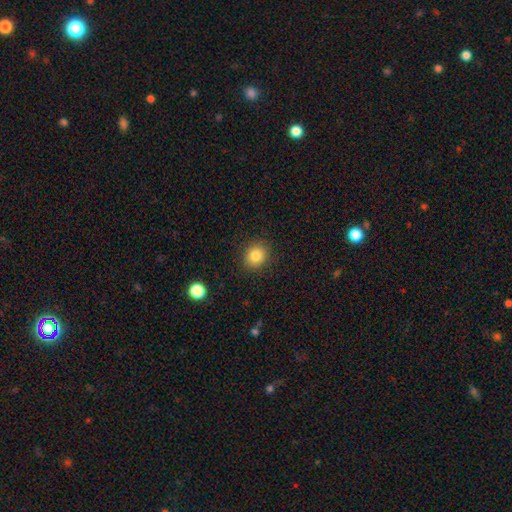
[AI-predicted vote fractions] Smooth or featured?
  - smooth: 83% *
  - star or artifact: 11%
  - featured or disk: 6%
How rounded?
  - round: 78% *
  - in between: 21%
  - cigar-shaped: 1%
Merging?
  - none: 90% *
  - minor disturbance: 7%
  - major disturbance: 2%
  - merger: 1%